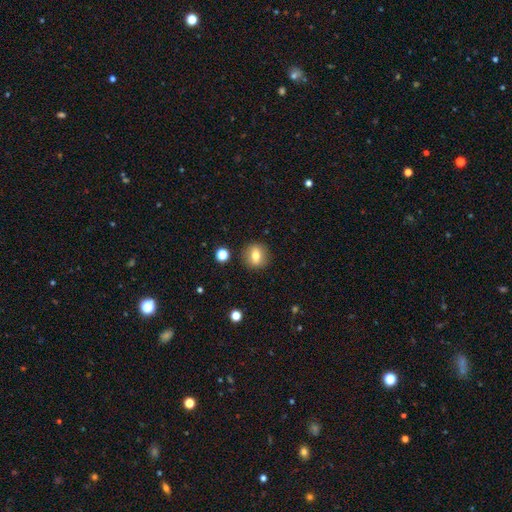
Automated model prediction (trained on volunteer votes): Smooth or featured: smooth — 67% (featured or disk — 24%)
How rounded: round — 77% (in between — 22%)
Merging: none — 88% (minor disturbance — 7%)